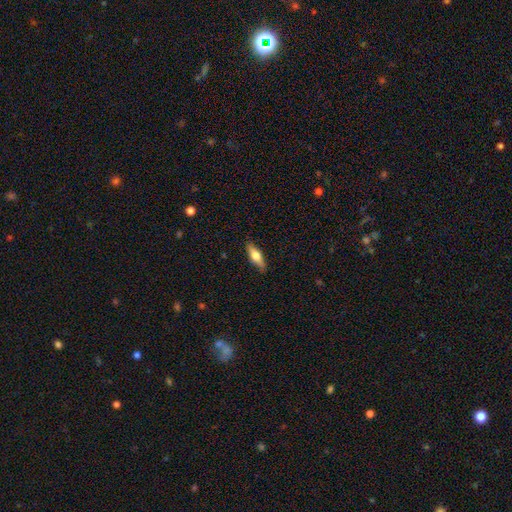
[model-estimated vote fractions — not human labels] Morphology: type=smooth (55%); roundness=in between (50%); merging=none (86%).